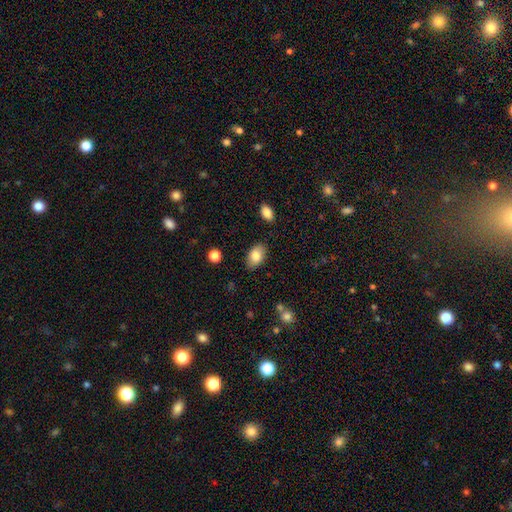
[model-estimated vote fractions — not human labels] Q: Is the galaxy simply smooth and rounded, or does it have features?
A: smooth — 82%.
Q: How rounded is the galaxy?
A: in between — 91%.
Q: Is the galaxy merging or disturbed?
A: none — 84%.